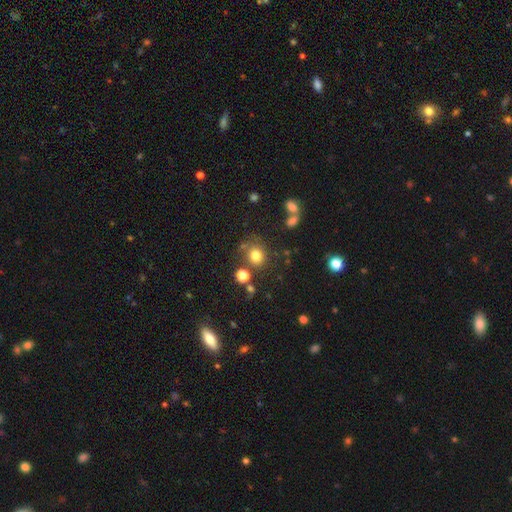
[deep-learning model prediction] The model was most divided on "merging": none: 71%, minor disturbance: 13%, merger: 10%, major disturbance: 6%. More confident: how rounded — round (81%); smooth or featured — smooth (77%).